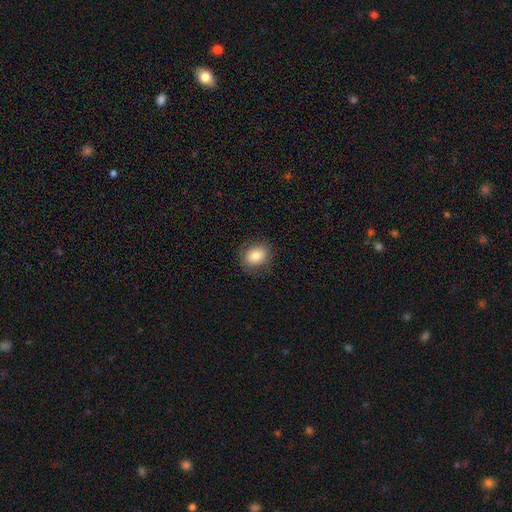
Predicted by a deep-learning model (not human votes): Morphology: type=smooth (82%); roundness=round (50%); merging=none (83%).